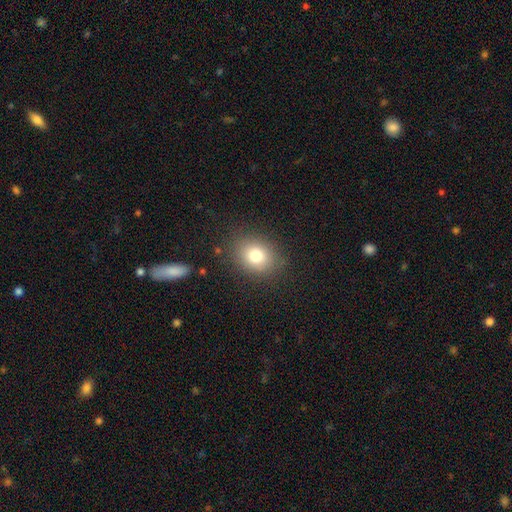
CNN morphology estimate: Smooth or featured: smooth — 78% (star or artifact — 12%)
How rounded: round — 51% (in between — 48%)
Merging: none — 84% (minor disturbance — 11%)